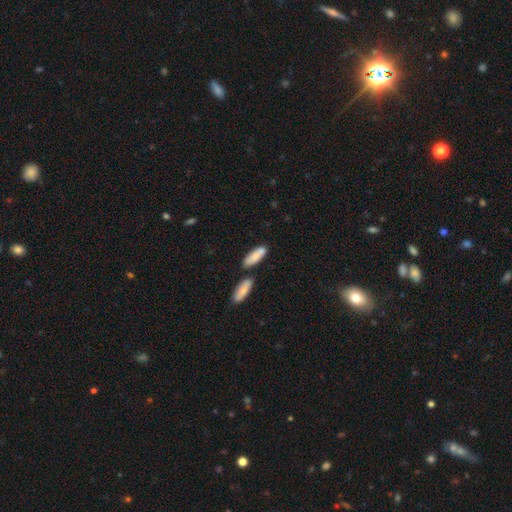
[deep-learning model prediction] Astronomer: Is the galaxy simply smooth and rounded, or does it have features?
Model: smooth — 80%.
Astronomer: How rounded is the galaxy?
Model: in between — 58% (runner-up: cigar-shaped, 40%).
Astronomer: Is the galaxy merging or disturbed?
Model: none — 58%.